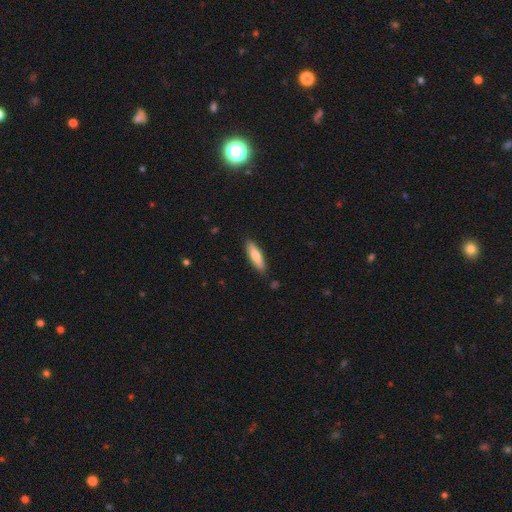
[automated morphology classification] Overall: smooth (76%). How rounded: cigar-shaped (68%; in between 31%). Merging: none (87%).